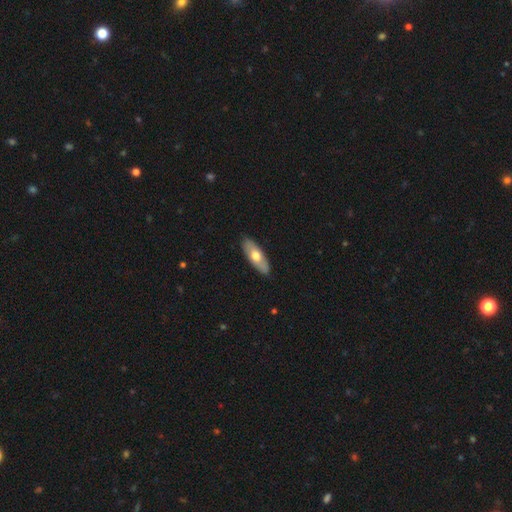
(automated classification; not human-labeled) Smooth or featured? smooth (59%)
How rounded? in between (73%)
Merging? none (88%)